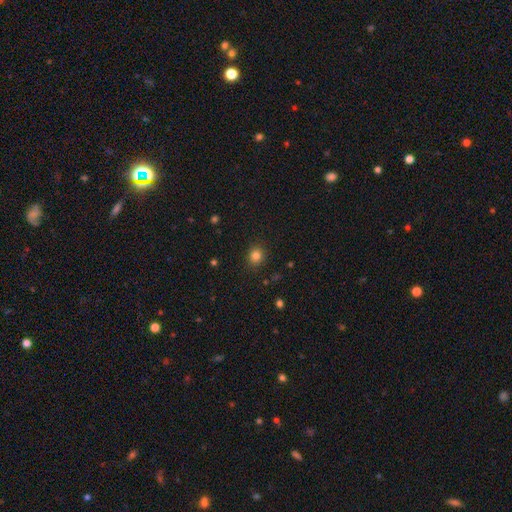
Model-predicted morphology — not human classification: Q: Smooth or featured?
A: smooth (83%); runner-up: star or artifact (13%)
Q: How rounded?
A: round (79%); runner-up: in between (20%)
Q: Merging?
A: none (88%); runner-up: minor disturbance (8%)